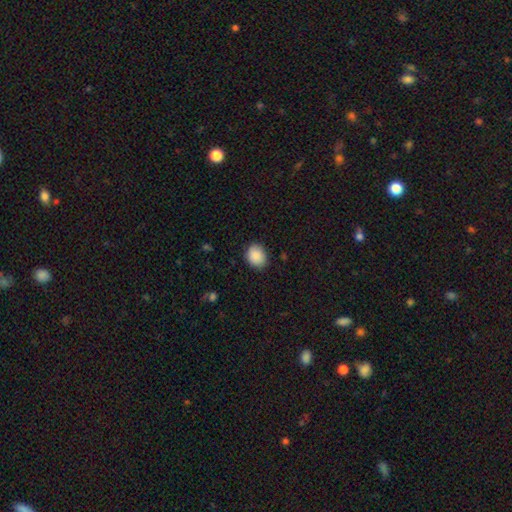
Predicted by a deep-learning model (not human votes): A smooth galaxy with no disk features (89%) that is round (58%). Merging: none (84%).